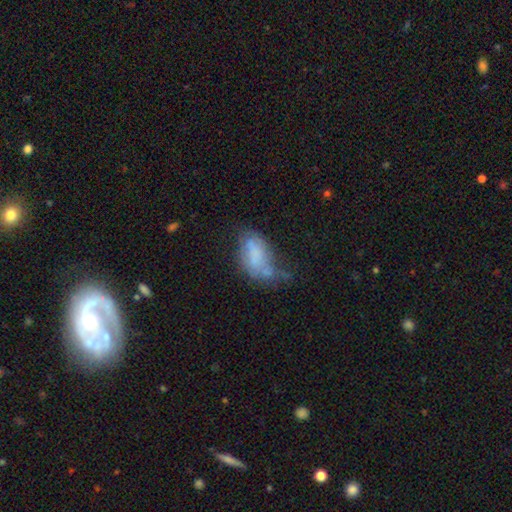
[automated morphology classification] Smooth or featured?
  - smooth: 52% *
  - featured or disk: 36%
  - star or artifact: 12%
How rounded?
  - in between: 91% *
  - cigar-shaped: 5%
  - round: 5%
Merging?
  - major disturbance: 34% *
  - minor disturbance: 30%
  - none: 23%
  - merger: 14%